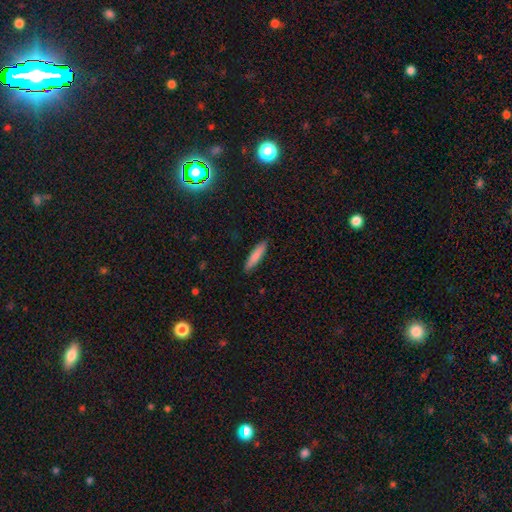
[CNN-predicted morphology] Smooth or featured?
  - smooth: 83% *
  - featured or disk: 11%
  - star or artifact: 6%
How rounded?
  - cigar-shaped: 84% *
  - in between: 15%
  - round: 1%
Merging?
  - none: 90% *
  - minor disturbance: 7%
  - major disturbance: 2%
  - merger: 1%